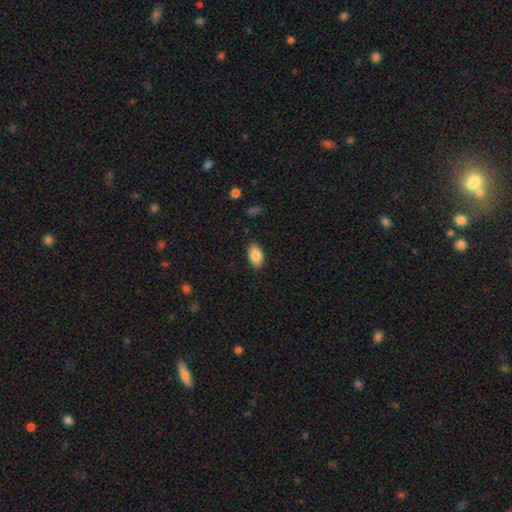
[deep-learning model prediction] Overall: smooth (85%). How rounded: in between (91%). Merging: none (86%).